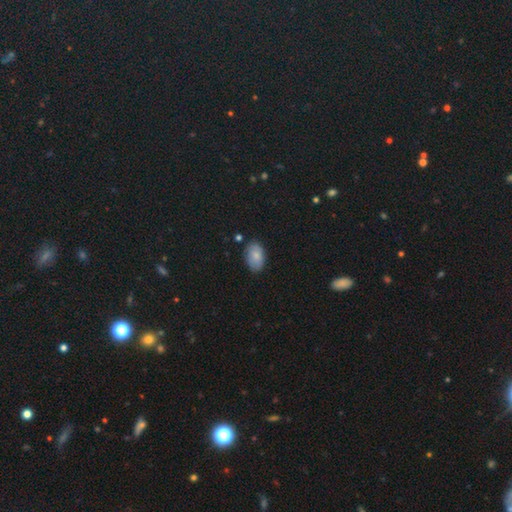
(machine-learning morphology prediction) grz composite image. It shows a smooth galaxy with no disk features (82%) that is in between round and cigar-shaped (92%). Merging: none (80%).